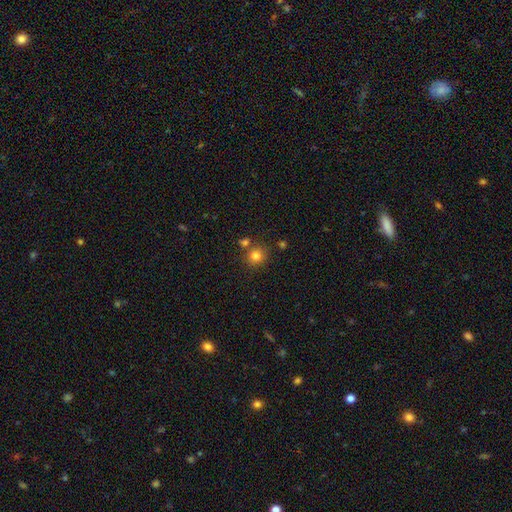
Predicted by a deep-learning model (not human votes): Morphology: type=smooth (81%); roundness=round (90%); merging=none (75%).